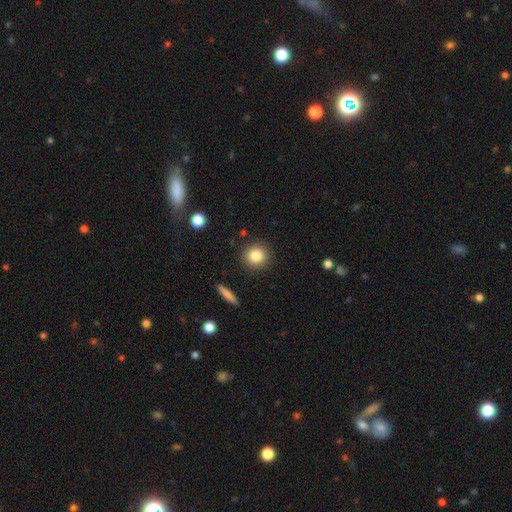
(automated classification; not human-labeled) Smooth or featured? smooth (84%)
How rounded? round (91%)
Merging? none (89%)